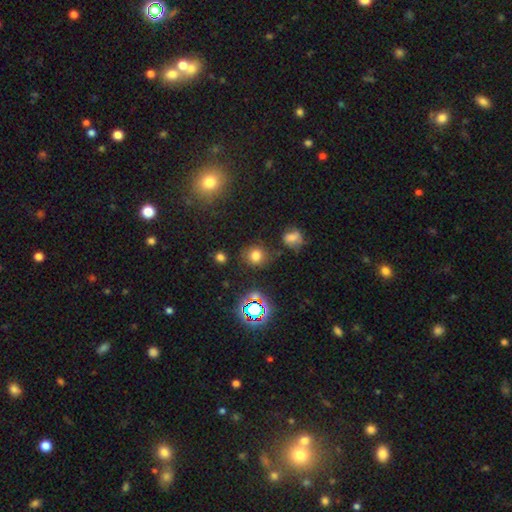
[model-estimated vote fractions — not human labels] smooth 69%, star or artifact 24%, featured or disk 7%. Down the decision tree: how rounded — round (84%); merging — none (79%).